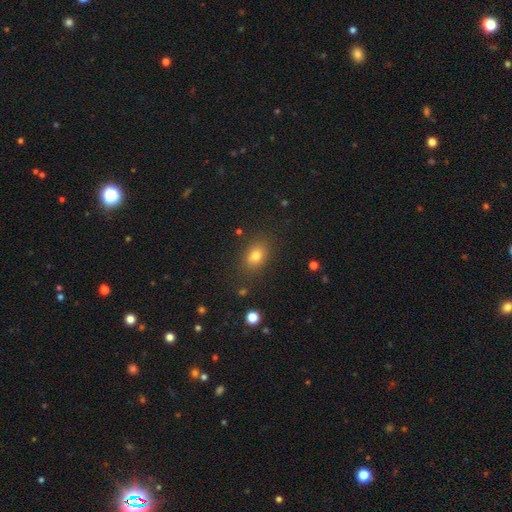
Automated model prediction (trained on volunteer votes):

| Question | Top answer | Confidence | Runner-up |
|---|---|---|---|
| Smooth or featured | smooth | 78% | star or artifact (12%) |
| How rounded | in between | 71% | round (27%) |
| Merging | none | 81% | minor disturbance (12%) |